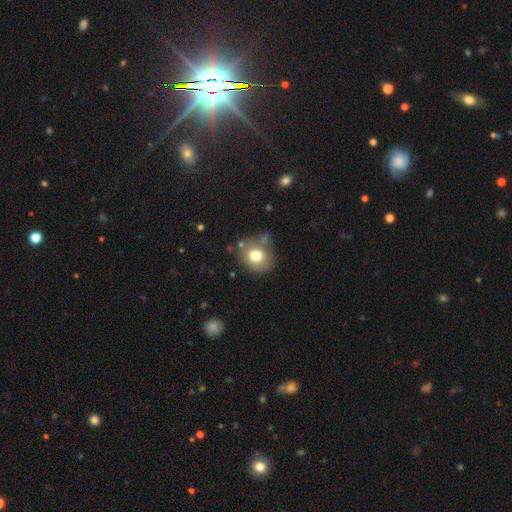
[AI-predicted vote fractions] This appears to be a smooth galaxy with no disk features (76%) that is round (73%). Merging: none (69%).